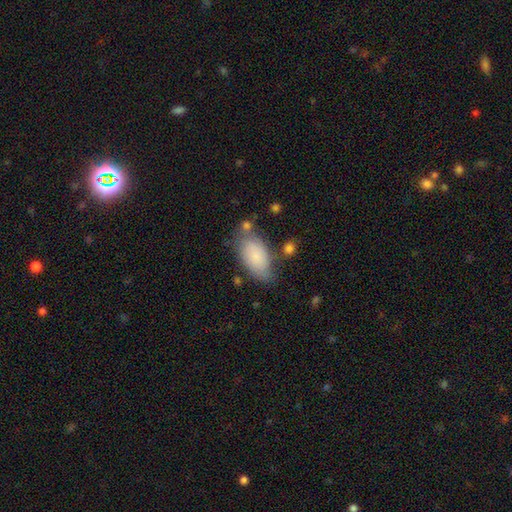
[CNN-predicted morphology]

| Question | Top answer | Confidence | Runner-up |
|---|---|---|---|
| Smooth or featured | smooth | 81% | featured or disk (13%) |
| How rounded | in between | 93% | cigar-shaped (3%) |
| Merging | none | 61% | minor disturbance (24%) |